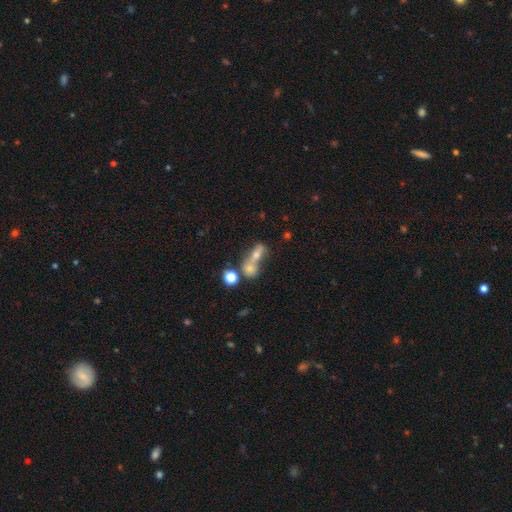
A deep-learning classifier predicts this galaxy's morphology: Smooth or featured: smooth — 53% (featured or disk — 28%)
How rounded: in between — 49% (round — 37%)
Merging: merger — 58% (none — 26%)